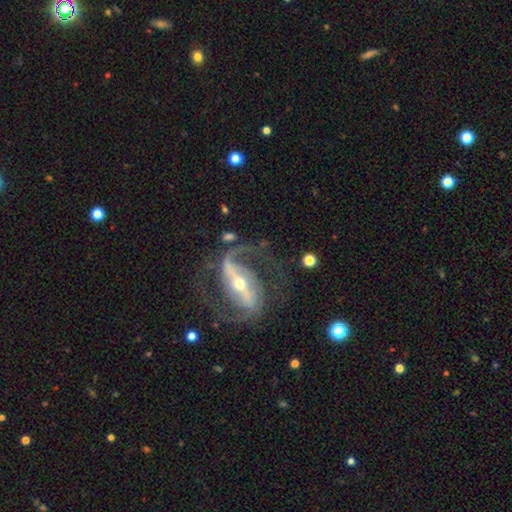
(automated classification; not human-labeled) Q: Smooth or featured?
A: featured or disk (91%); runner-up: star or artifact (5%)
Q: Edge-on disk?
A: no (95%); runner-up: yes (5%)
Q: Bar?
A: strong (71%); runner-up: weak (19%)
Q: Spiral arms?
A: yes (97%); runner-up: no (3%)
Q: Spiral winding?
A: medium (54%); runner-up: loose (29%)
Q: Spiral arm count?
A: 2 (92%); runner-up: 1 (2%)
Q: Bulge size?
A: small (51%); runner-up: moderate (45%)
Q: Merging?
A: none (73%); runner-up: minor disturbance (13%)